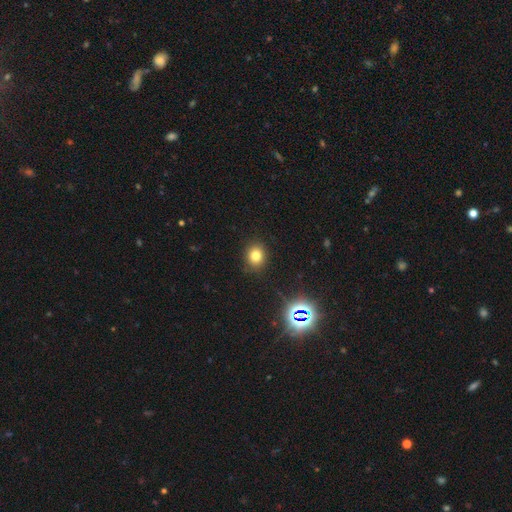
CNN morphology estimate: Smooth or featured? smooth (76%)
How rounded? round (66%)
Merging? none (87%)